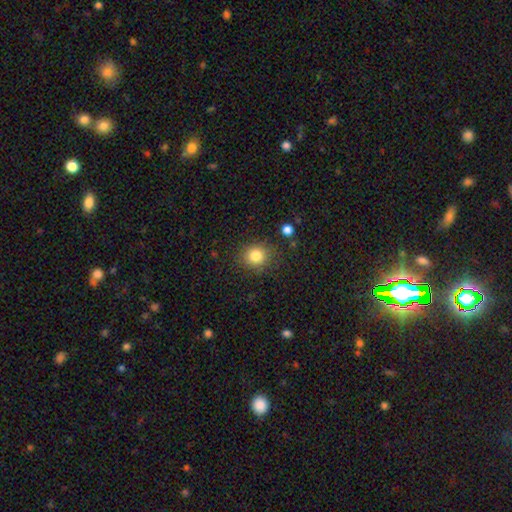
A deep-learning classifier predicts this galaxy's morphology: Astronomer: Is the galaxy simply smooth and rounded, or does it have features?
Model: smooth — 82%.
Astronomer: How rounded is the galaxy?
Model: round — 79%.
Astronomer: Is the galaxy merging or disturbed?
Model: none — 85%.